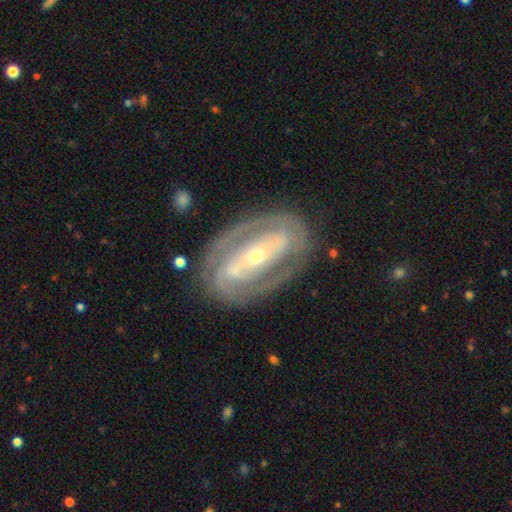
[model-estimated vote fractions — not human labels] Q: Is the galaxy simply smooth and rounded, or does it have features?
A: featured or disk — 83%.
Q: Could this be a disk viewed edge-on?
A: no — 93%.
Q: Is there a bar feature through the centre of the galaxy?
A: strong — 54%.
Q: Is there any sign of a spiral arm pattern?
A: yes — 72%.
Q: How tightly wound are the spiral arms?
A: tight — 57%.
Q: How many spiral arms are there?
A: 2 — 71%.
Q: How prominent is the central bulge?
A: small — 63%.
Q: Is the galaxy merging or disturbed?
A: none — 78%.